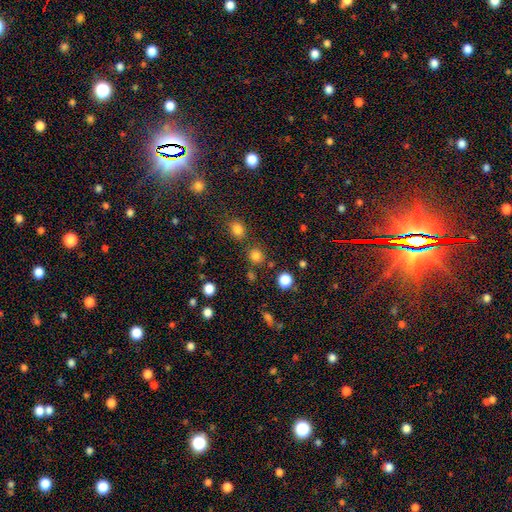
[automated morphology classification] Smooth or featured? Predicted: smooth (p=0.79). How rounded? Predicted: round (p=0.87). Merging? Predicted: none (p=0.77).